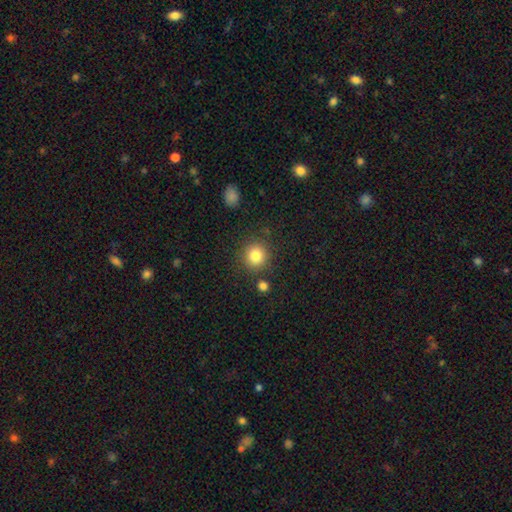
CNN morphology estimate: This appears to be a smooth galaxy with no disk features (83%) that is round (91%). Merging: none (85%).